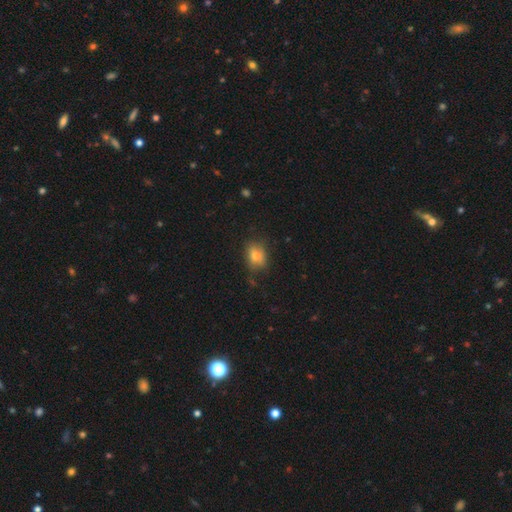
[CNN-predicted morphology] smooth-or-featured: smooth: 79% | featured or disk: 11% | star or artifact: 10%
  how-rounded: in between: 64% | round: 35% | cigar-shaped: 1%
  merging: none: 73% | minor disturbance: 20% | major disturbance: 5% | merger: 2%